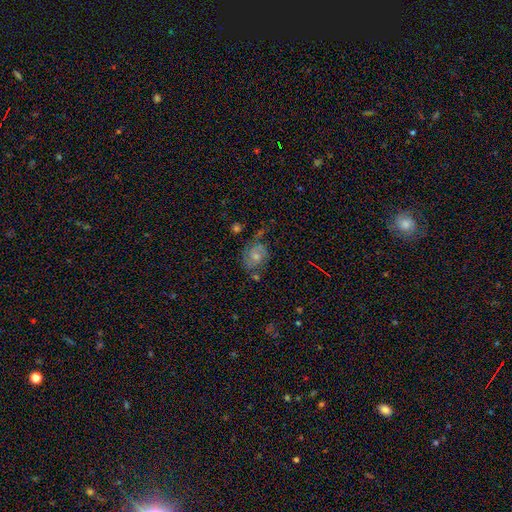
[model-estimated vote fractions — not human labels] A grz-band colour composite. It shows a featured or disk galaxy (51%). Merging: none (49%).